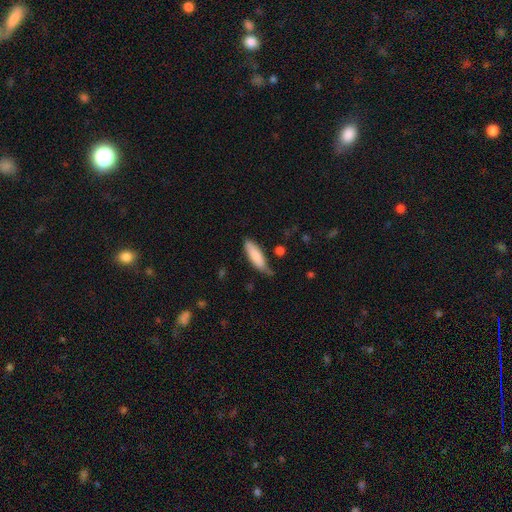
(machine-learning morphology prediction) smooth 81%, featured or disk 13%, star or artifact 6%. Down the decision tree: how rounded — in between (49%, tied with cigar-shaped); merging — none (56%).